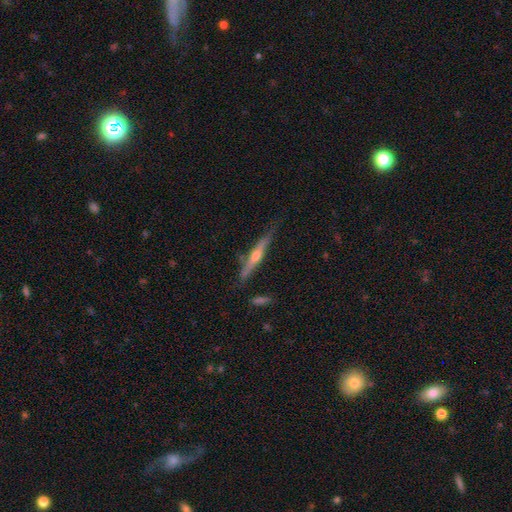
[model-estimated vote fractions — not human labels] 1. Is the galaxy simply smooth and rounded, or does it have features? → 74% featured or disk, 20% smooth, 6% star or artifact.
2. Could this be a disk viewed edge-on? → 97% yes, 3% no.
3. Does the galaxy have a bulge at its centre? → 89% rounded, 8% none, 3% boxy.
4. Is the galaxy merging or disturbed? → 81% none, 14% minor disturbance, 3% major disturbance, 2% merger.